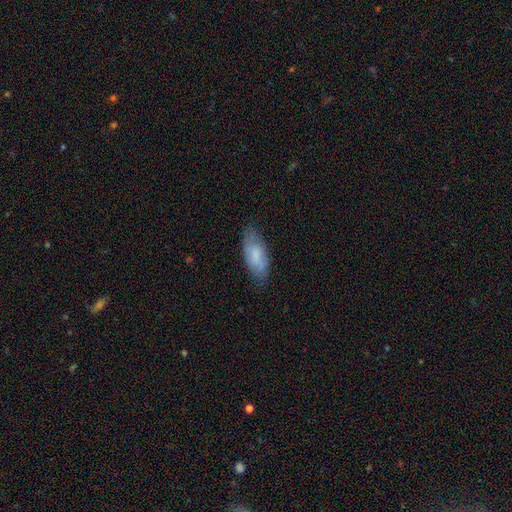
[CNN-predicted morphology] This appears to be a smooth galaxy with no disk features (73%) that is in between round and cigar-shaped (80%). Merging: none (73%).